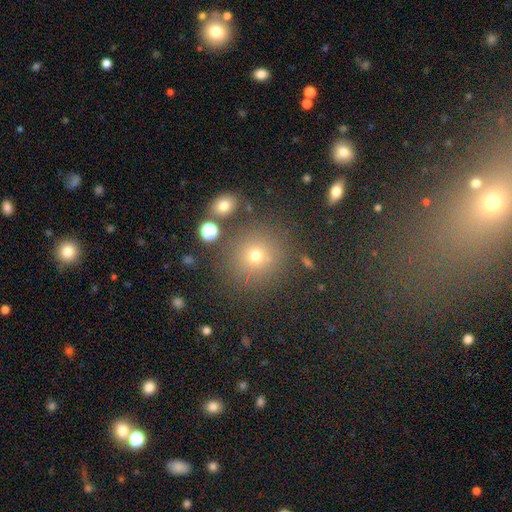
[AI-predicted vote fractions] The model was most divided on "smooth or featured": smooth: 69%, star or artifact: 21%, featured or disk: 10%. More confident: how rounded — round (91%); merging — none (82%).